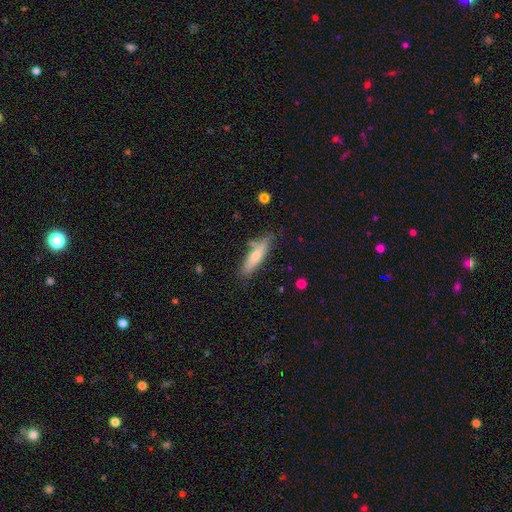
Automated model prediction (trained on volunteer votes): Overall: smooth (69%). How rounded: cigar-shaped (69%). Merging: none (75%).